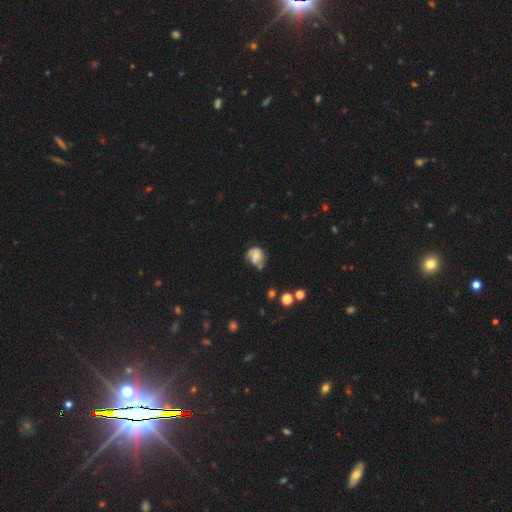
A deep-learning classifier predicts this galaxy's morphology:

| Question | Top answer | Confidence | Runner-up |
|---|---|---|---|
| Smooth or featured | smooth | 47% | featured or disk (43%) |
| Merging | none | 41% | minor disturbance (32%) |